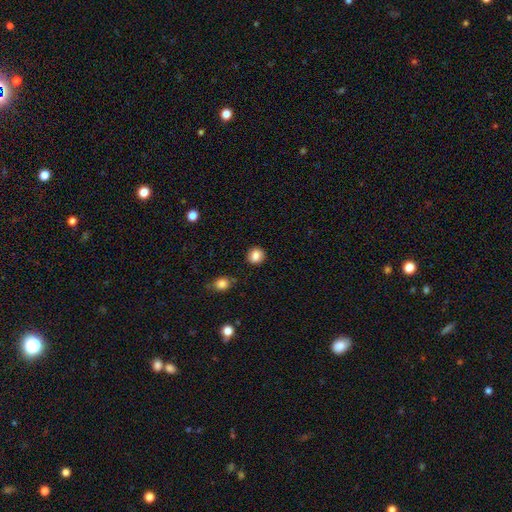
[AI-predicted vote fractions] smooth 85%, star or artifact 10%, featured or disk 6%. Down the decision tree: how rounded — round (88%); merging — none (89%).